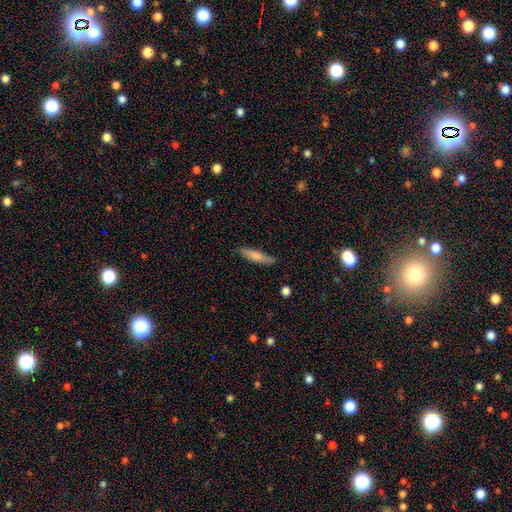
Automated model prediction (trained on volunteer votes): Smooth or featured?
  - smooth: 73% *
  - featured or disk: 20%
  - star or artifact: 6%
How rounded?
  - cigar-shaped: 78% *
  - in between: 21%
  - round: 2%
Merging?
  - none: 77% *
  - minor disturbance: 18%
  - major disturbance: 3%
  - merger: 2%